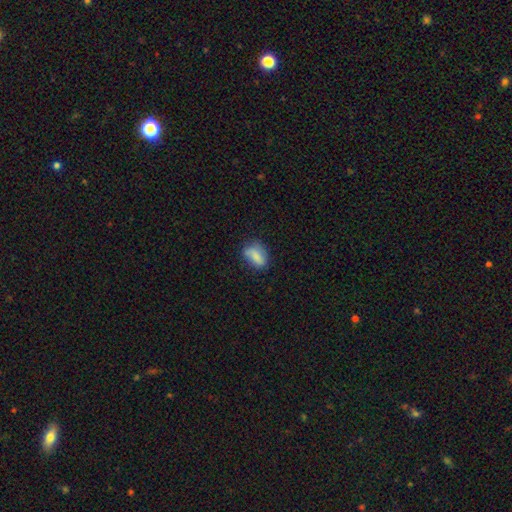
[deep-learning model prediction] Morphology: type=smooth (76%); roundness=in between (83%); merging=none (58%).